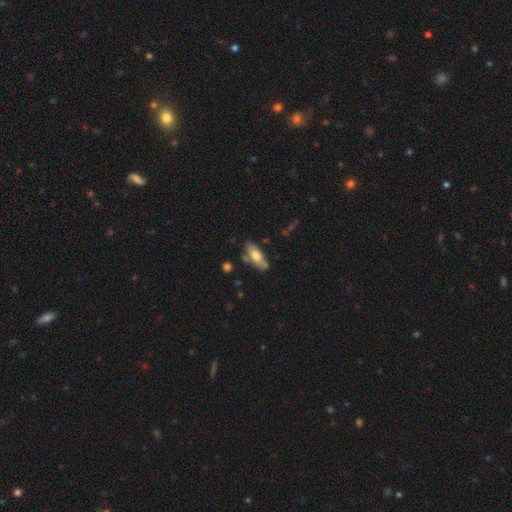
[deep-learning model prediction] smooth 64%, featured or disk 30%, star or artifact 6%. Down the decision tree: how rounded — in between (73%); merging — none (70%).